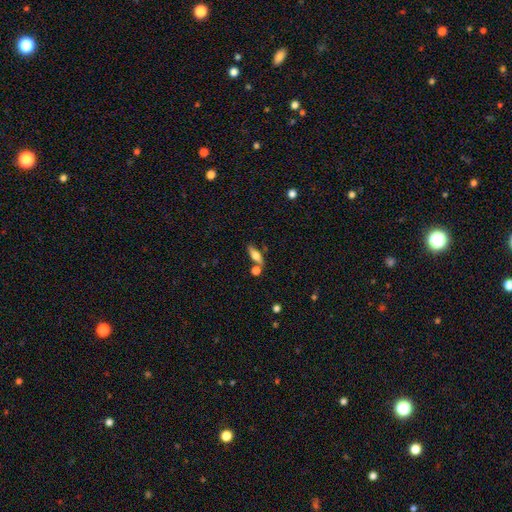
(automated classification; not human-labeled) A smooth galaxy with no disk features (53%) that is in between round and cigar-shaped (52%). Merging: none (66%).